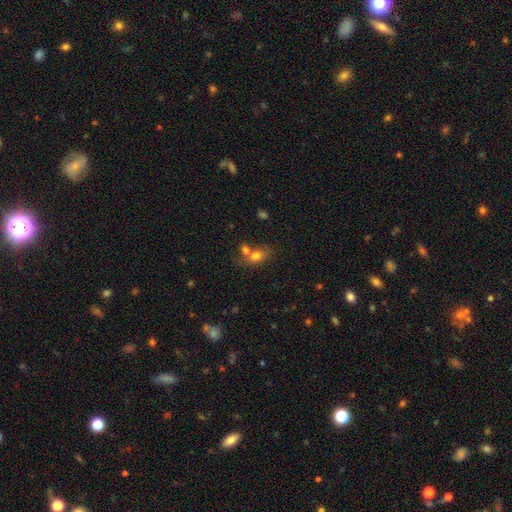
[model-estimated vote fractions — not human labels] smooth_or_featured: smooth (p=0.75) [alt: featured or disk p=0.15]
how_rounded: in between (p=0.73) [alt: round p=0.24]
merging: merger (p=0.46) [alt: none p=0.37]